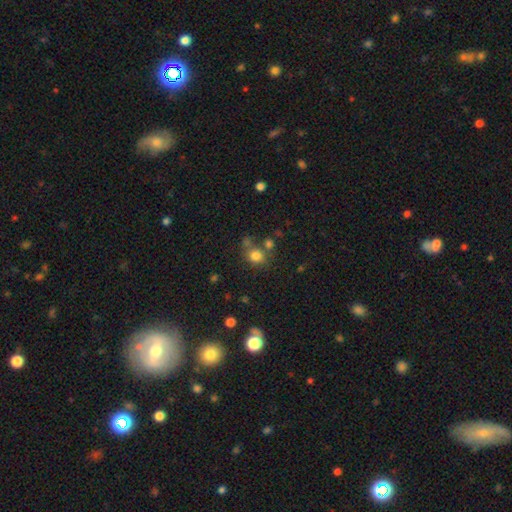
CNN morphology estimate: This appears to be a smooth galaxy with no disk features (79%) that is round (81%). Merging: none (61%).